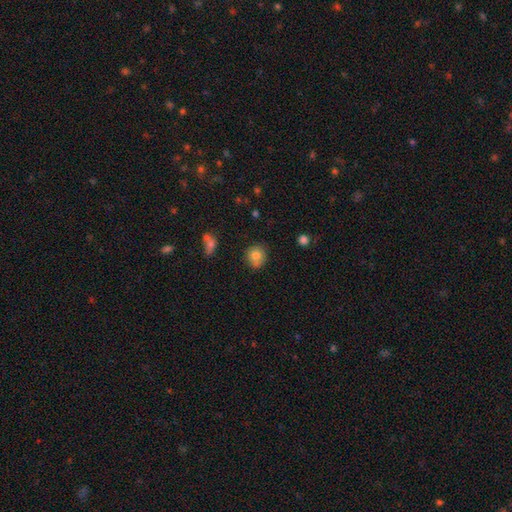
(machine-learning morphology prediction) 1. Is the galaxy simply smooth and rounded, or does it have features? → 79% smooth, 11% featured or disk, 10% star or artifact.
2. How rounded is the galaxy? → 86% round, 13% in between, 1% cigar-shaped.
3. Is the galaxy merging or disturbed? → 72% none, 16% minor disturbance, 8% merger, 3% major disturbance.